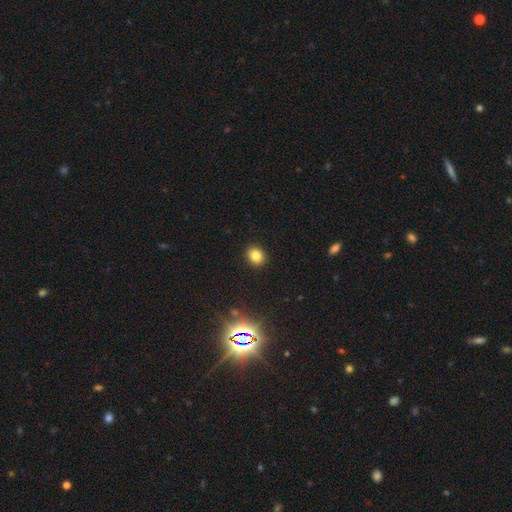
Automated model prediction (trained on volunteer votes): Smooth or featured: smooth — 81% (star or artifact — 13%)
How rounded: round — 58% (in between — 41%)
Merging: none — 91% (minor disturbance — 6%)